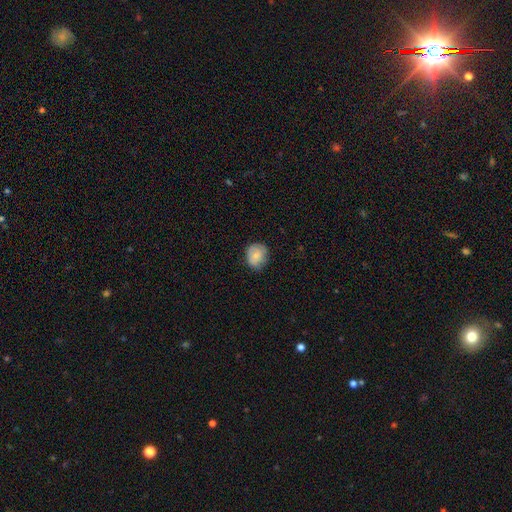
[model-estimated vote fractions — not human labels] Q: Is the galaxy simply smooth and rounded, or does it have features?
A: smooth — 79%.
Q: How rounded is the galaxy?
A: round — 70%.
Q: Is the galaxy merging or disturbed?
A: none — 72%.